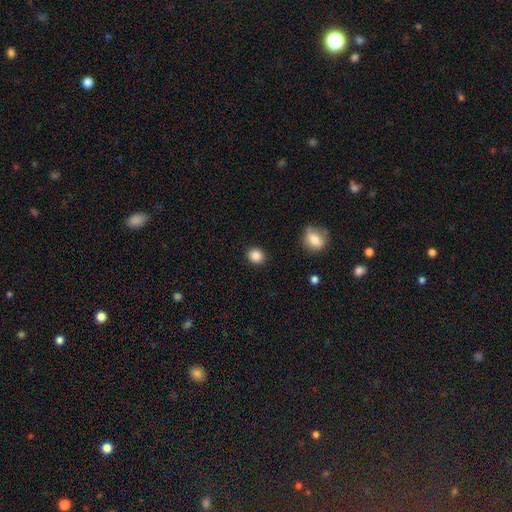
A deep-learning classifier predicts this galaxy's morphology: A smooth galaxy with no disk features (87%) that is round (74%).

Vote fractions:
- Smooth or featured? smooth: 87% / star or artifact: 10% / featured or disk: 3%
- How rounded? round: 74% / in between: 25% / cigar-shaped: 1%
- Merging? none: 89% / minor disturbance: 7% / major disturbance: 2% / merger: 2%